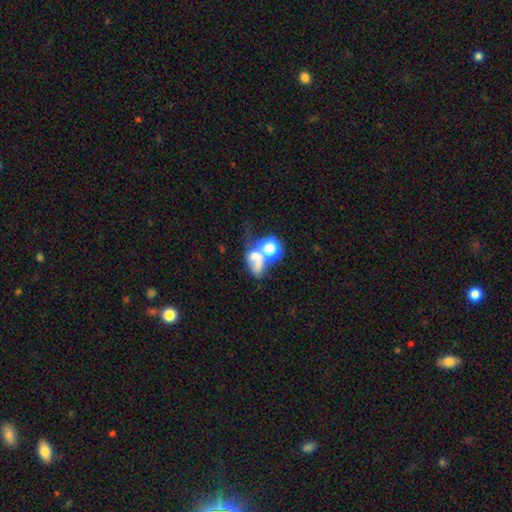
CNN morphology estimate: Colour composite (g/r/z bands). It shows a smooth galaxy with no disk features (51%) that is in between round and cigar-shaped (57%). Merging: merger (52%).